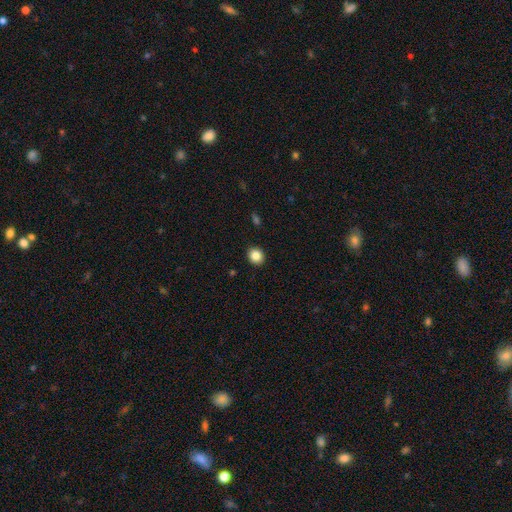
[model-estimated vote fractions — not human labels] A smooth galaxy with no disk features (85%) that is round (74%). Merging: none (92%).